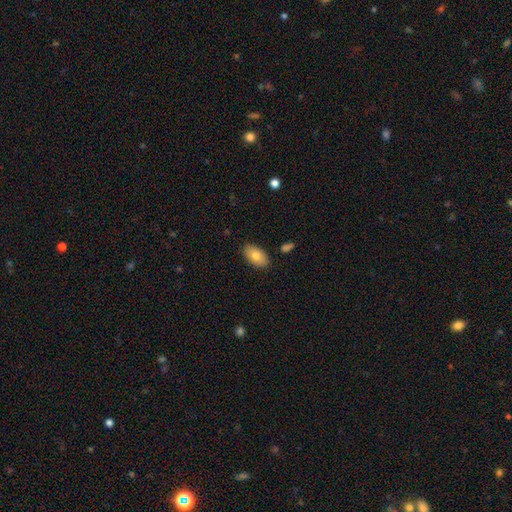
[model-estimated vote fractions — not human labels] Smooth or featured? Predicted: smooth (p=0.80). How rounded? Predicted: in between (p=0.93). Merging? Predicted: none (p=0.86).